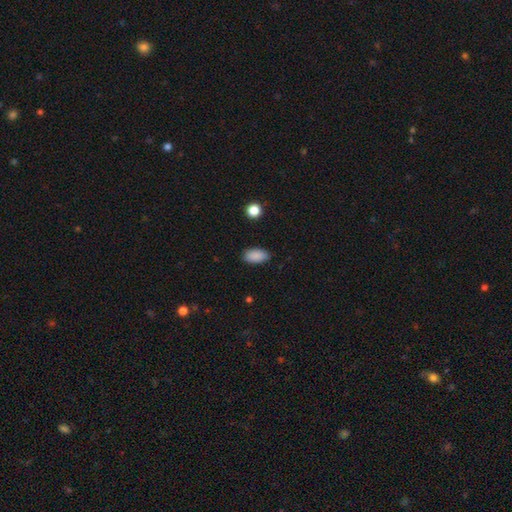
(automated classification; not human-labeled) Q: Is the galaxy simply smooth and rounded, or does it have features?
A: smooth — 89%.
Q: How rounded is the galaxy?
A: in between — 93%.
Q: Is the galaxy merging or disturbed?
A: none — 84%.